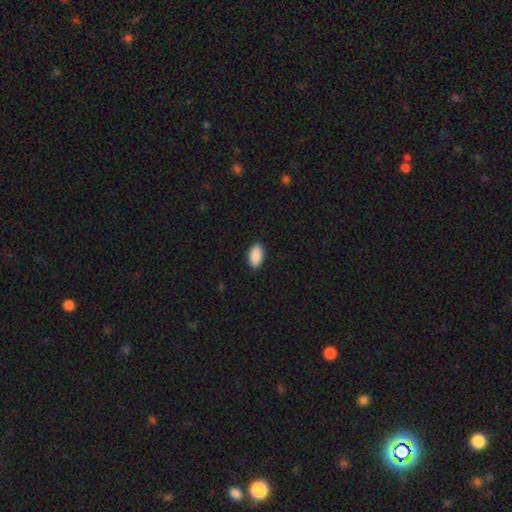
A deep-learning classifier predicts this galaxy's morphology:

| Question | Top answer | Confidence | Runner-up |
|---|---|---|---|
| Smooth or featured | smooth | 91% | star or artifact (6%) |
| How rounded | in between | 95% | round (3%) |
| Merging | none | 90% | minor disturbance (7%) |